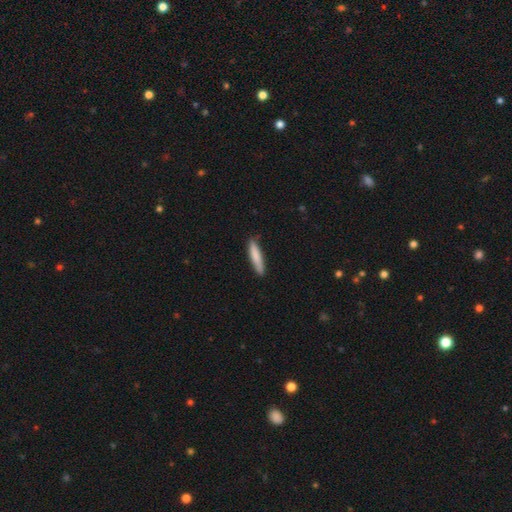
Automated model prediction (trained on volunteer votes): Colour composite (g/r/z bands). It shows a smooth galaxy with no disk features (80%) that is cigar-shaped (89%). Merging: none (86%).